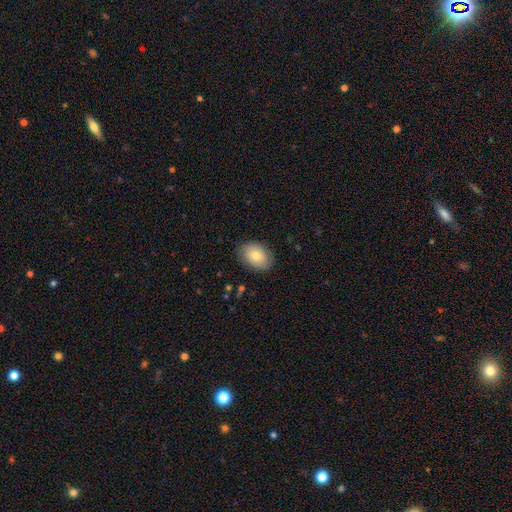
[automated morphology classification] A smooth galaxy with no disk features (76%) that is in between round and cigar-shaped (80%). Merging: none (85%).